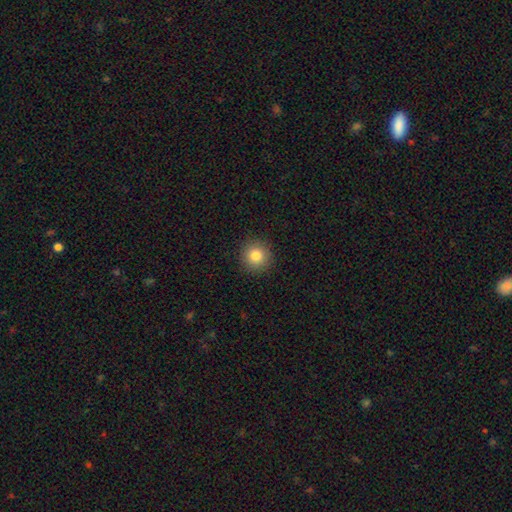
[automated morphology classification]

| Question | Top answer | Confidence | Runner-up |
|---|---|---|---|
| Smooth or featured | smooth | 83% | star or artifact (11%) |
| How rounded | round | 94% | in between (5%) |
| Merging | none | 92% | minor disturbance (6%) |